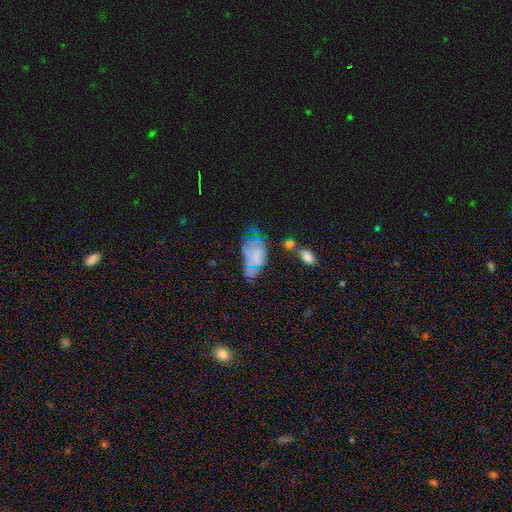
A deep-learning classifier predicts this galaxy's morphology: Smooth or featured: smooth — 45% (featured or disk — 43%)
Merging: none — 30% (minor disturbance — 29%)